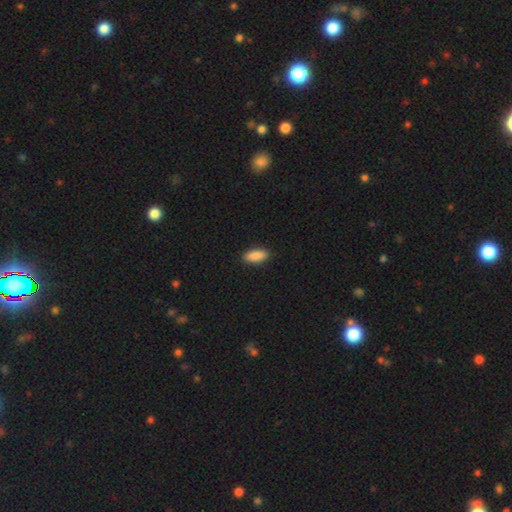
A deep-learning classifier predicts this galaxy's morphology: A smooth galaxy with no disk features (90%) that is in between round and cigar-shaped (81%).

Vote fractions:
- Smooth or featured? smooth: 90% / star or artifact: 6% / featured or disk: 4%
- How rounded? in between: 81% / cigar-shaped: 17% / round: 2%
- Merging? none: 90% / minor disturbance: 7% / major disturbance: 2% / merger: 1%